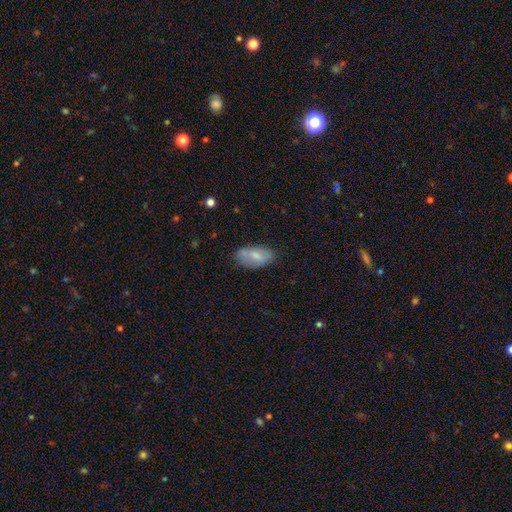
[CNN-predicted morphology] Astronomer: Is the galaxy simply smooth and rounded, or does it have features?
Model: smooth — 67%.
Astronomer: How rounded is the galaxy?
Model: in between — 91%.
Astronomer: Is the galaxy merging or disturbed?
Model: none — 73%.